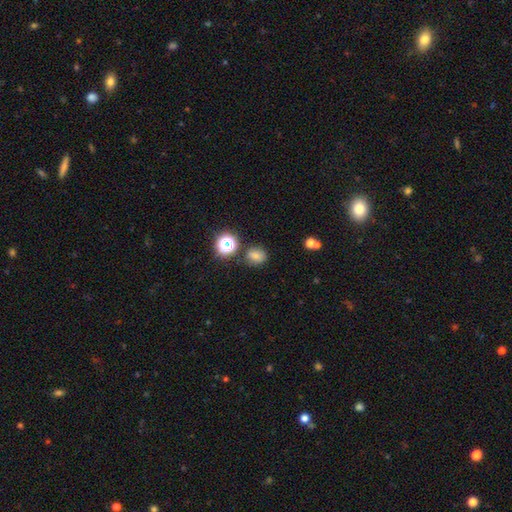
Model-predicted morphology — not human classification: smooth 72%, star or artifact 19%, featured or disk 8%. Down the decision tree: how rounded — round (65%); merging — none (77%).